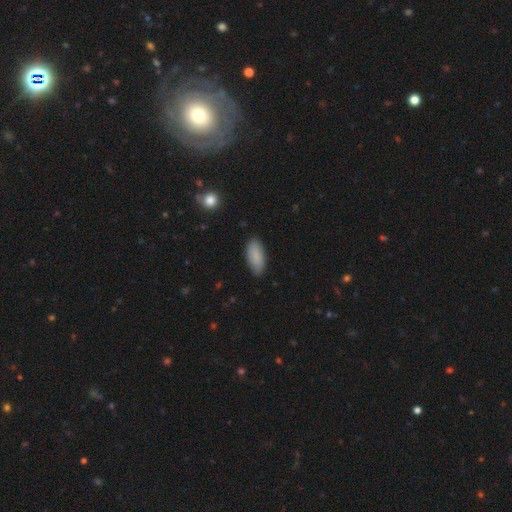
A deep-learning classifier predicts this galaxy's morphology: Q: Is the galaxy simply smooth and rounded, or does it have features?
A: smooth — 87%.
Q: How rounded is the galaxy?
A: in between — 85%.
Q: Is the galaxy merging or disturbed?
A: none — 85%.